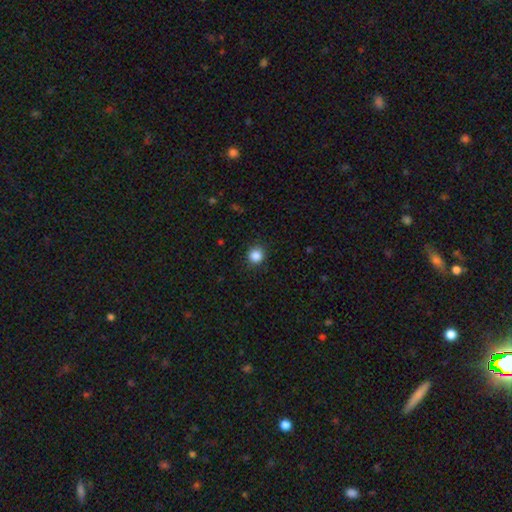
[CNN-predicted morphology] A smooth galaxy with no disk features (86%) that is round (90%). Merging: none (90%).